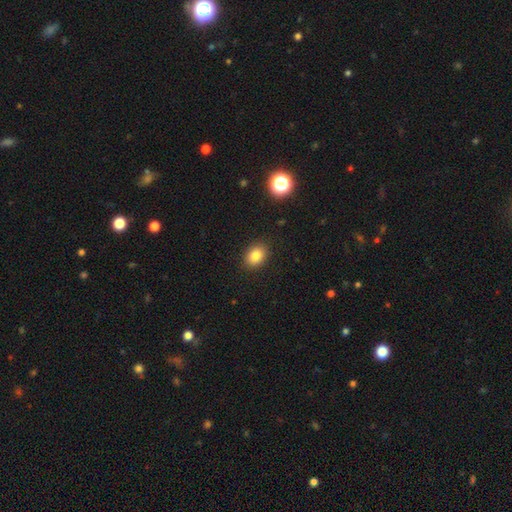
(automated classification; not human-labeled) Q: Smooth or featured?
A: smooth (83%); runner-up: star or artifact (11%)
Q: How rounded?
A: in between (69%); runner-up: round (30%)
Q: Merging?
A: none (88%); runner-up: minor disturbance (8%)